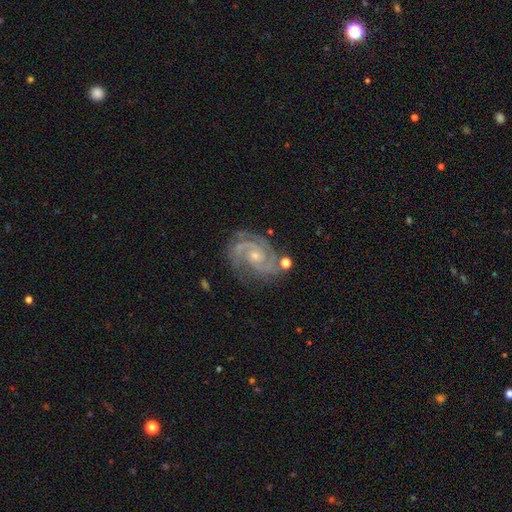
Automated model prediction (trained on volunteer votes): This appears to be a featured or disk galaxy (92%) with no bar (68%), 2 (63%) tight (62%) spiral arms (99%) and a small central bulge (70%). Merging: none (73%).